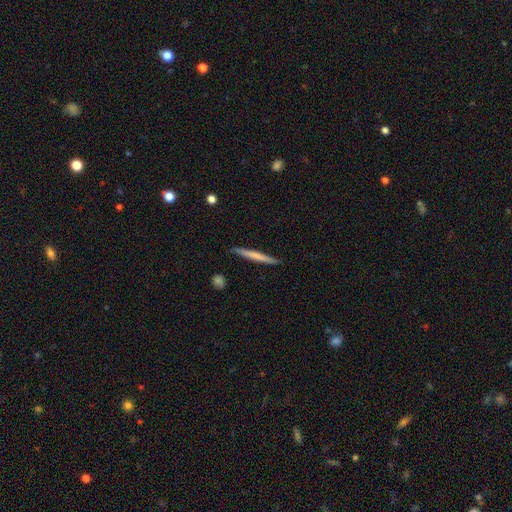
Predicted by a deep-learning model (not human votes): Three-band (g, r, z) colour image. It shows a smooth galaxy with no disk features (59%) that is cigar-shaped (97%). Merging: none (90%).